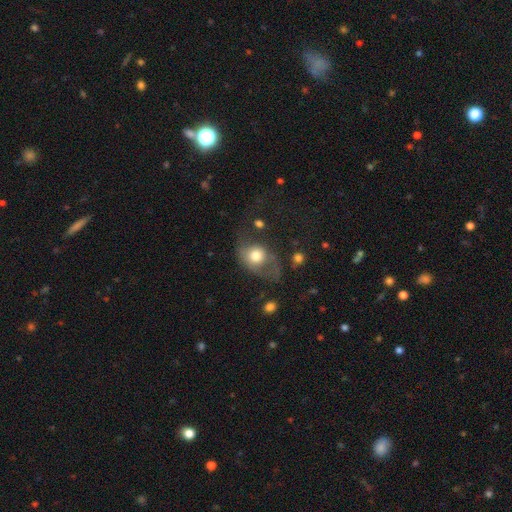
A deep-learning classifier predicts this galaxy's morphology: smooth 64%, featured or disk 28%, star or artifact 8%. Down the decision tree: how rounded — in between (50%); merging — major disturbance (37%).